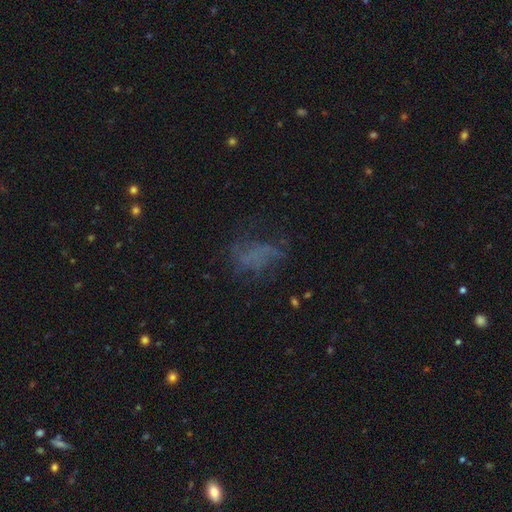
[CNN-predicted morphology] A featured or disk galaxy (39%). Merging: none (48%).